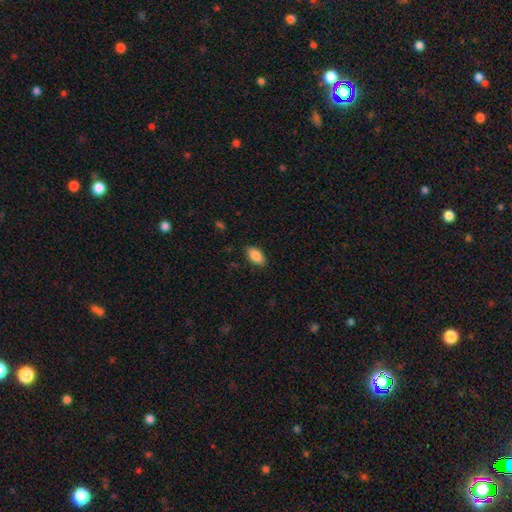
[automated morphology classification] smooth 87%, star or artifact 7%, featured or disk 6%. Down the decision tree: how rounded — in between (93%); merging — none (86%).